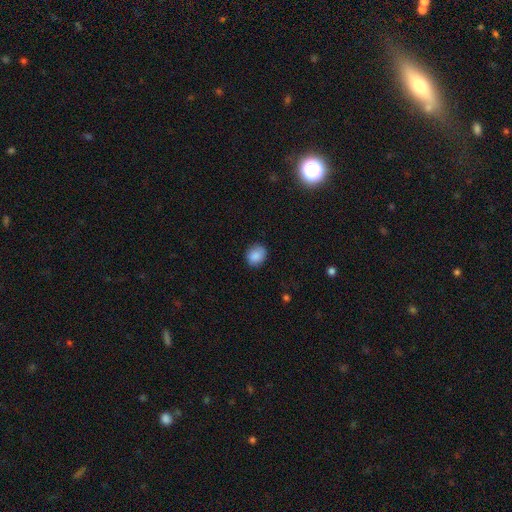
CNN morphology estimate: Overall: smooth (88%). How rounded: round (65%; in between 34%). Merging: none (84%).